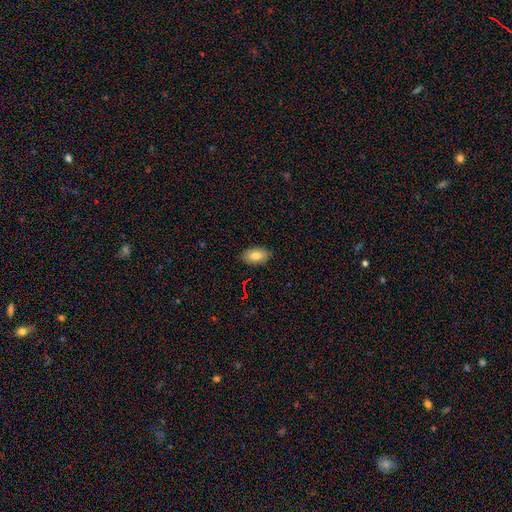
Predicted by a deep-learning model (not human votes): smooth 79%, featured or disk 13%, star or artifact 8%. Down the decision tree: how rounded — in between (93%); merging — none (87%).